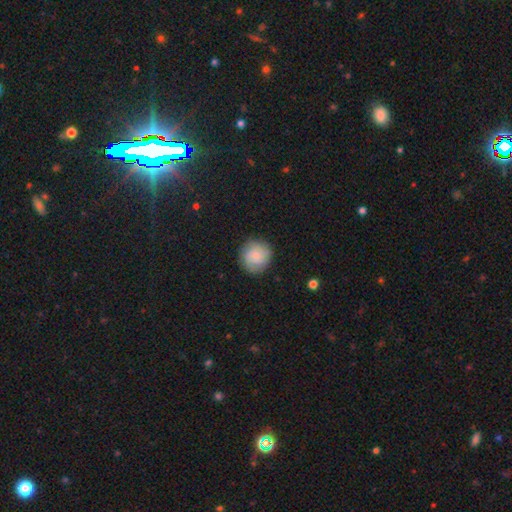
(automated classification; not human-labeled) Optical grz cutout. It shows a smooth galaxy with no disk features (77%) that is round (92%). Merging: none (84%).